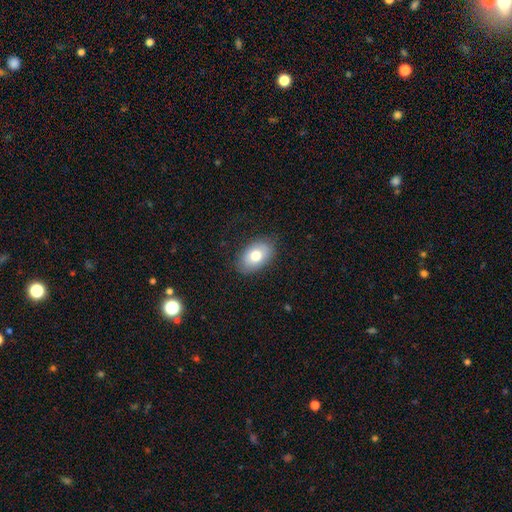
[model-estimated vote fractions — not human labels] A smooth galaxy with no disk features (73%) that is in between round and cigar-shaped (88%). Merging: none (81%).